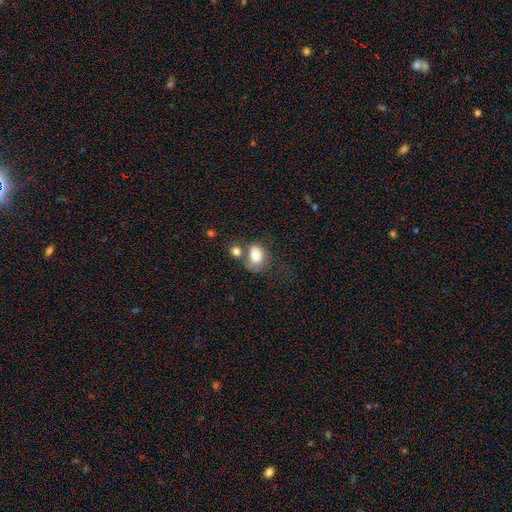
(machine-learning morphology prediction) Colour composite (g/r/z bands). It shows a smooth galaxy with no disk features (79%) that is in between round and cigar-shaped (57%). Merging: none (39%).